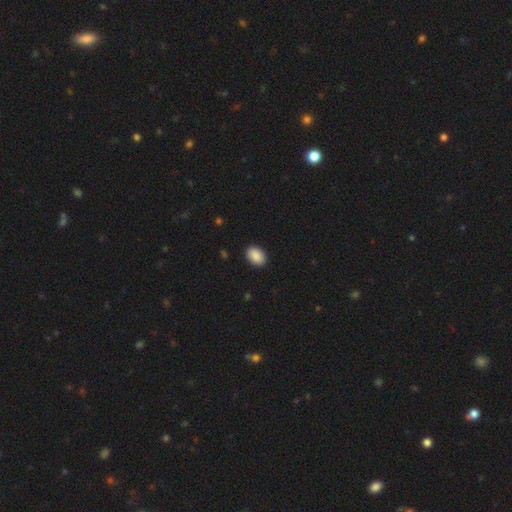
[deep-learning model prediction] This appears to be a smooth galaxy with no disk features (90%) that is in between round and cigar-shaped (83%). Merging: none (90%).